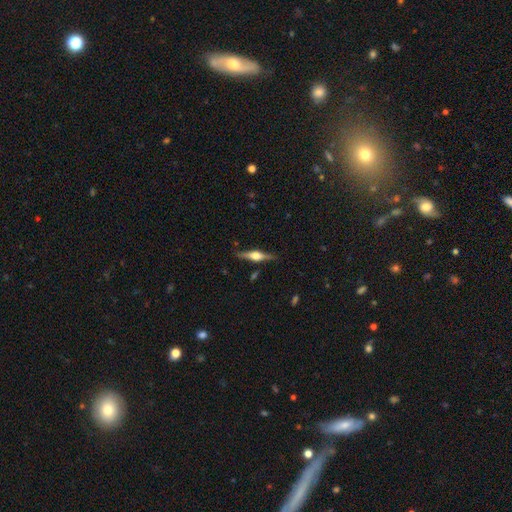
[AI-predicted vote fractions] featured or disk 75%, smooth 19%, star or artifact 5%. Down the decision tree: edge-on disk — yes (98%); edge-on bulge — rounded (91%); merging — none (87%).